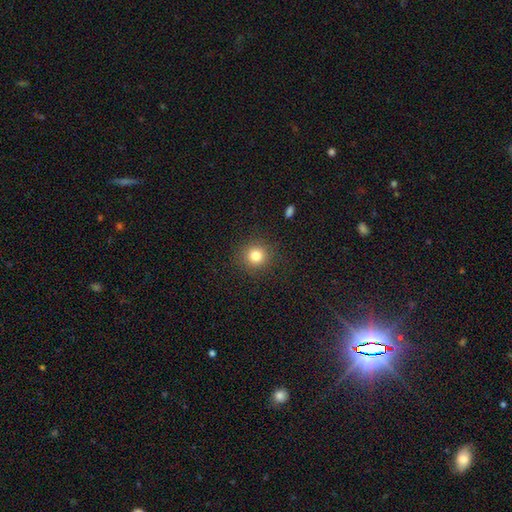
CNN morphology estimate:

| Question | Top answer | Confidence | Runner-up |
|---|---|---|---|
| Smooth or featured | smooth | 81% | star or artifact (12%) |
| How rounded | round | 91% | in between (8%) |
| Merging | none | 90% | minor disturbance (6%) |